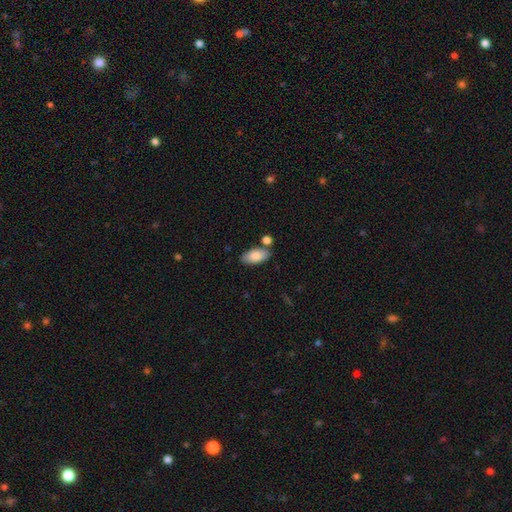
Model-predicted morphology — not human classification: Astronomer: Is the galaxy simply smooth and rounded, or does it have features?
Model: smooth — 83%.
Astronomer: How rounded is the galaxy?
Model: in between — 93%.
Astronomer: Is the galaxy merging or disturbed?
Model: none — 74%.